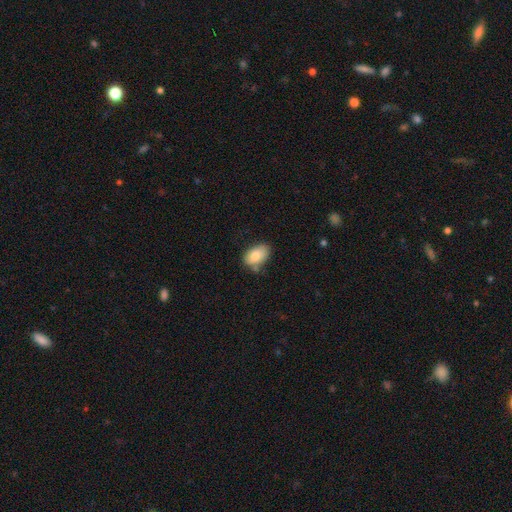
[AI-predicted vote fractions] Smooth or featured: smooth — 83% (featured or disk — 10%)
How rounded: in between — 90% (round — 9%)
Merging: none — 63% (minor disturbance — 26%)